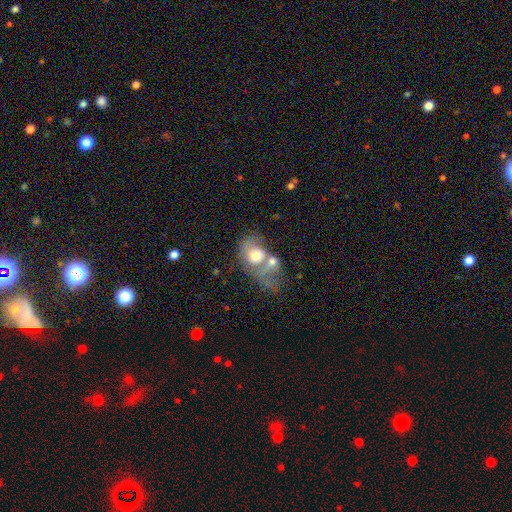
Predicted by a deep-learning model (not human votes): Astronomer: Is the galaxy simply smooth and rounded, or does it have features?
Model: smooth — 55% (runner-up: featured or disk, 36%).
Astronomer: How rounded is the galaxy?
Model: in between — 60% (runner-up: round, 39%).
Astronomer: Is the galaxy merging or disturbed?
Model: merger — 59%.